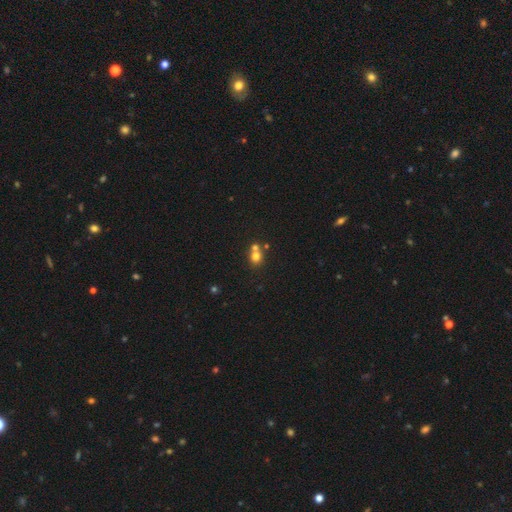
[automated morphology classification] Smooth or featured?
  - smooth: 73% *
  - star or artifact: 16%
  - featured or disk: 11%
How rounded?
  - round: 82% *
  - in between: 17%
  - cigar-shaped: 1%
Merging?
  - none: 47% *
  - merger: 44%
  - minor disturbance: 7%
  - major disturbance: 3%